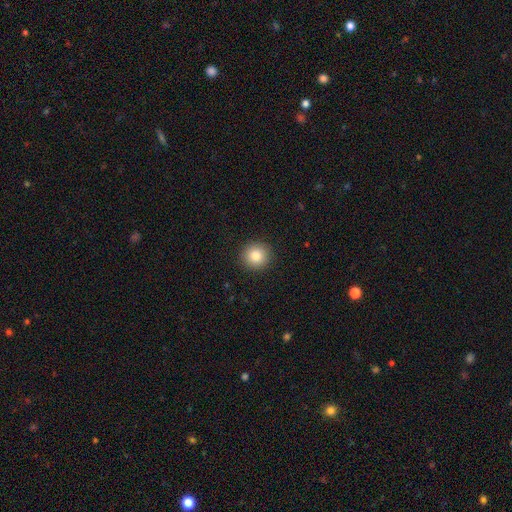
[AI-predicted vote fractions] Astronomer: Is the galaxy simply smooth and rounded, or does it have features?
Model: smooth — 83%.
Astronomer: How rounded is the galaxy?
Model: round — 93%.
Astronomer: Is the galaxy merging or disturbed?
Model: none — 92%.